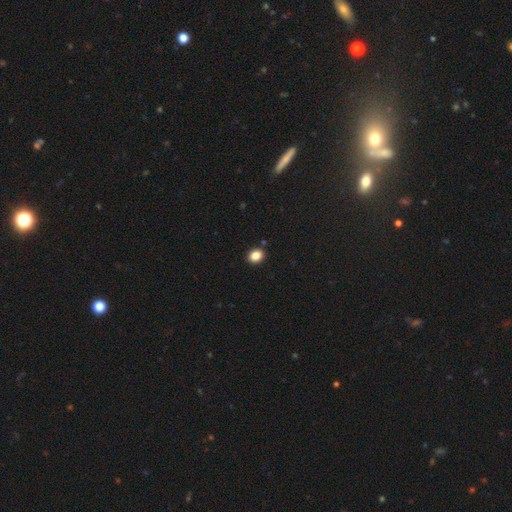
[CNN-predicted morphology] The model was most divided on "how rounded": round: 55%, in between: 44%, cigar-shaped: 1%. More confident: merging — none (90%); smooth or featured — smooth (86%).